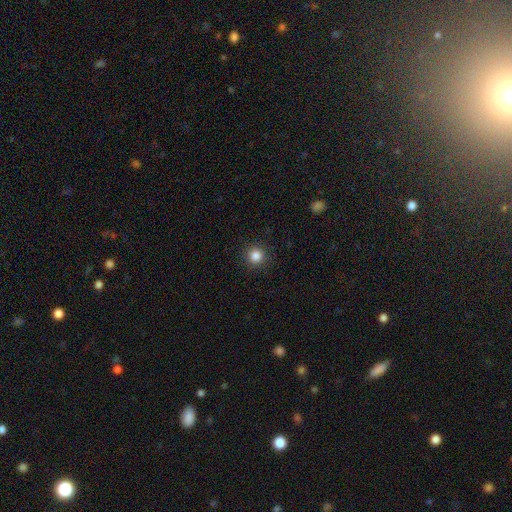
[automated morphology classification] The model was most divided on "smooth or featured": smooth: 84%, star or artifact: 12%, featured or disk: 4%. More confident: how rounded — round (95%); merging — none (92%).